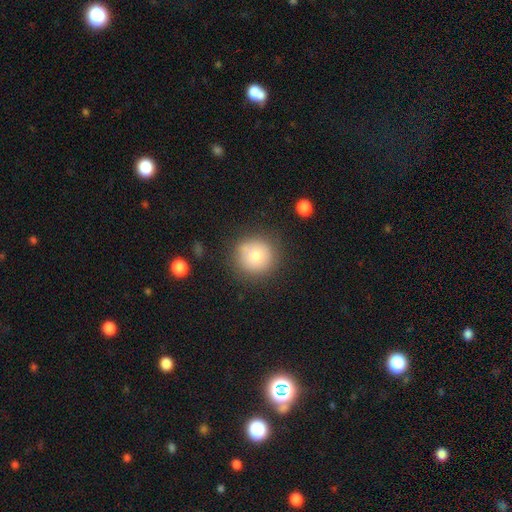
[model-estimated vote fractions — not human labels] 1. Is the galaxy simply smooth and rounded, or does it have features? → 77% smooth, 13% featured or disk, 10% star or artifact.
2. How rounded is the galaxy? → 92% round, 7% in between, 1% cigar-shaped.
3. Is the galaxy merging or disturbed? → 80% none, 13% minor disturbance, 4% major disturbance, 4% merger.